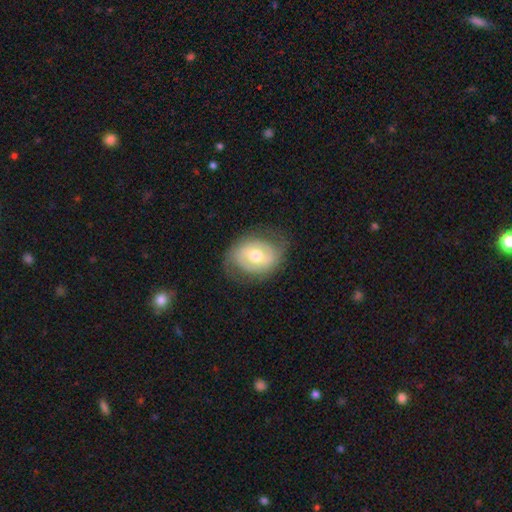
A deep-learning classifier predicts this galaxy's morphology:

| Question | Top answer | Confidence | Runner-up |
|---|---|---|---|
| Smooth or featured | featured or disk | 56% | smooth (38%) |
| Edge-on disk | no | 96% | yes (4%) |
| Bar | no | 44% | weak (40%) |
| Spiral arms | yes | 62% | no (38%) |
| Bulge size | moderate | 74% | small (16%) |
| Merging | none | 71% | minor disturbance (19%) |